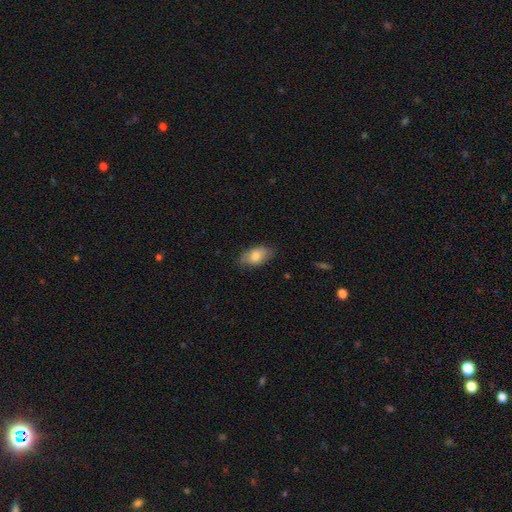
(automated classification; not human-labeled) Morphology: type=smooth (77%); roundness=in between (92%); merging=none (75%).